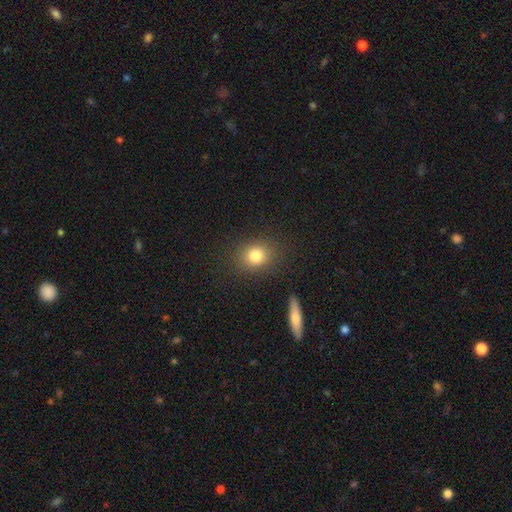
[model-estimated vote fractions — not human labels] Smooth or featured?
  - smooth: 82% *
  - star or artifact: 11%
  - featured or disk: 8%
How rounded?
  - round: 63% *
  - in between: 35%
  - cigar-shaped: 2%
Merging?
  - none: 85% *
  - minor disturbance: 10%
  - major disturbance: 3%
  - merger: 2%